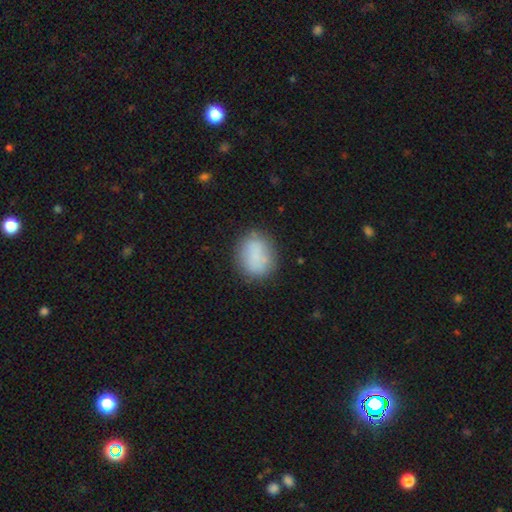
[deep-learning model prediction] The model was most divided on "how rounded": in between: 51%, round: 47%, cigar-shaped: 1%. More confident: smooth or featured — smooth (80%); merging — none (73%).